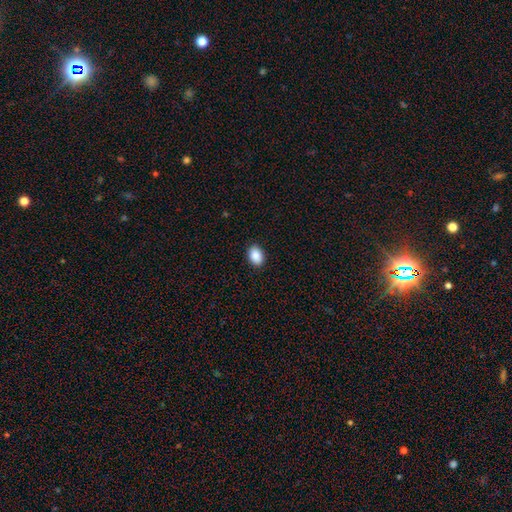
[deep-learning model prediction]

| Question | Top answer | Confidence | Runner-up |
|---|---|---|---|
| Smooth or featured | smooth | 90% | star or artifact (7%) |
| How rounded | in between | 82% | round (17%) |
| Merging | none | 90% | minor disturbance (8%) |